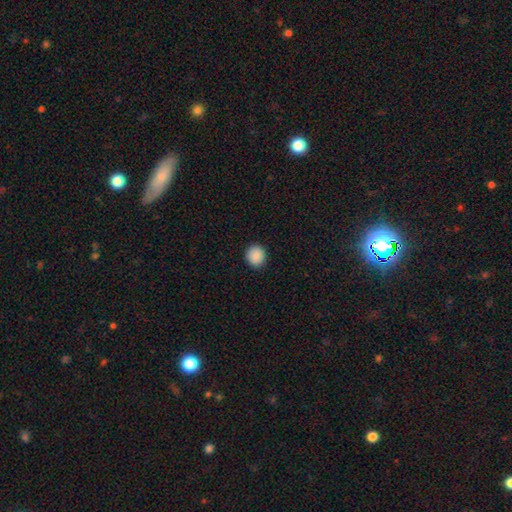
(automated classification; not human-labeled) Morphology: type=smooth (90%); roundness=round (86%); merging=none (91%).